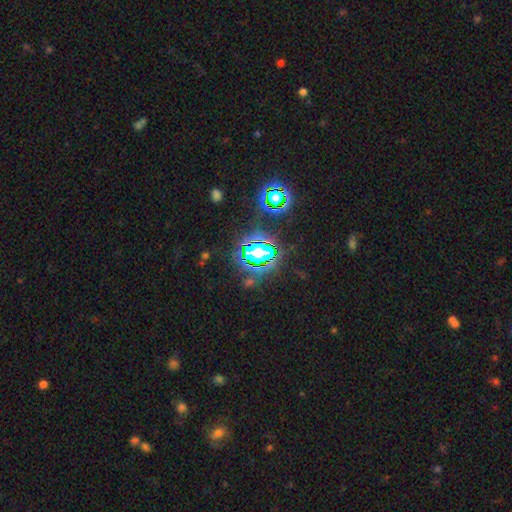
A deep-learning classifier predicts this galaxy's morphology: Smooth or featured? Predicted: star or artifact (p=0.73).